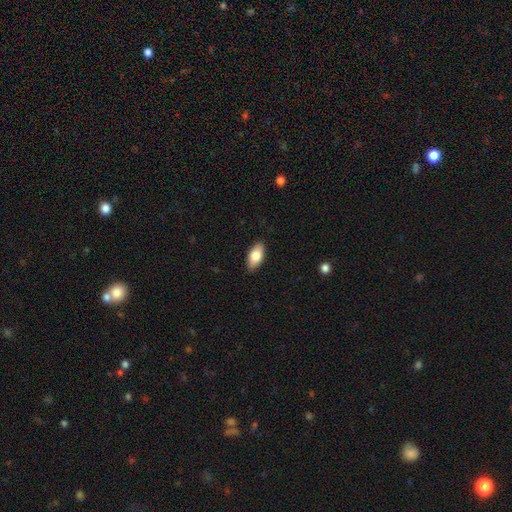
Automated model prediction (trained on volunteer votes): This appears to be a smooth galaxy with no disk features (80%) that is in between round and cigar-shaped (90%). Merging: none (88%).